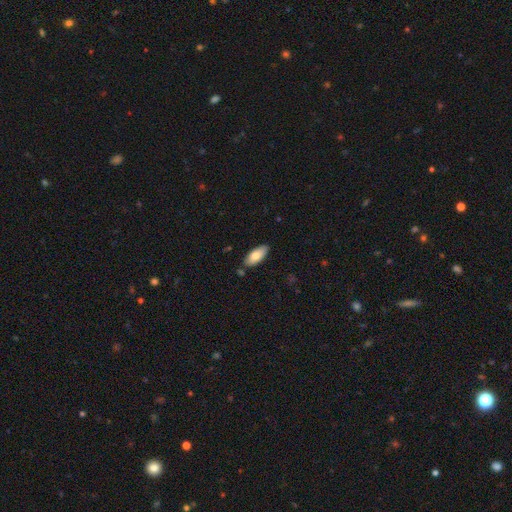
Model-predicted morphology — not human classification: The model was most divided on "smooth or featured": smooth: 77%, featured or disk: 17%, star or artifact: 6%. More confident: how rounded — in between (85%); merging — none (81%).